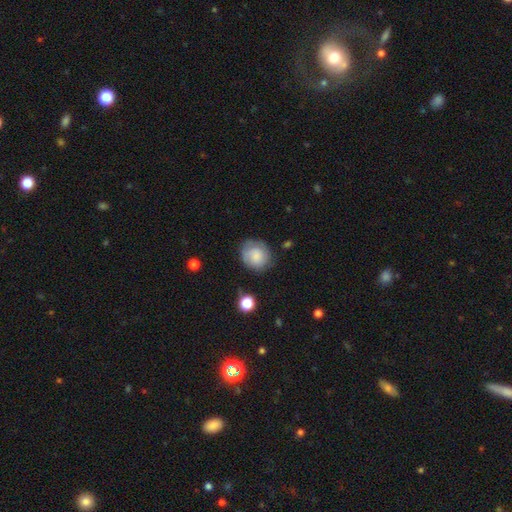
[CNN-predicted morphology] A smooth galaxy with no disk features (72%) that is round (75%).

Vote fractions:
- Smooth or featured? smooth: 72% / featured or disk: 20% / star or artifact: 8%
- How rounded? round: 75% / in between: 24% / cigar-shaped: 1%
- Merging? none: 70% / minor disturbance: 21% / major disturbance: 7% / merger: 2%